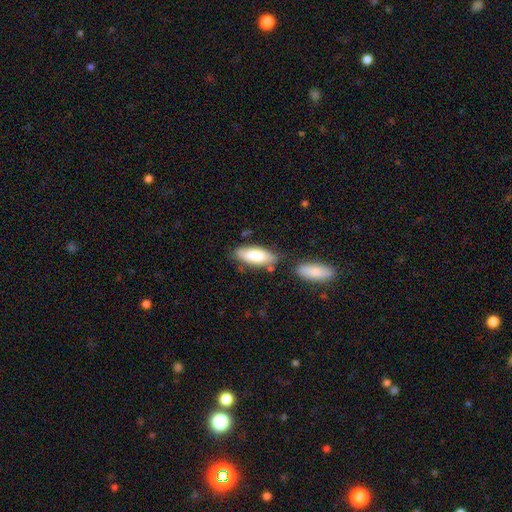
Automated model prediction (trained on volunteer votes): This appears to be a smooth galaxy with no disk features (79%) that is in between round and cigar-shaped (75%). Merging: none (65%).